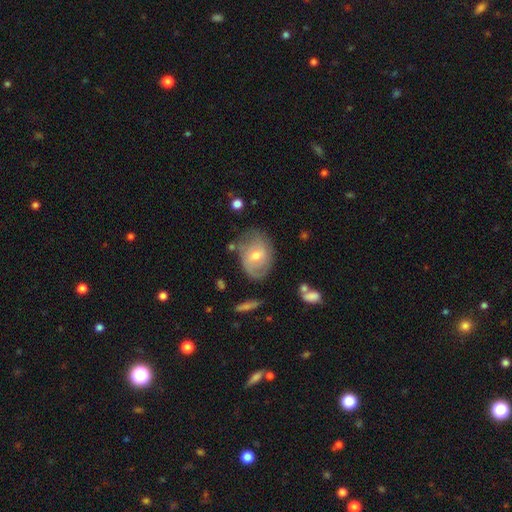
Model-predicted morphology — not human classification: Q: Smooth or featured?
A: featured or disk (57%); runner-up: smooth (35%)
Q: Edge-on disk?
A: no (95%); runner-up: yes (5%)
Q: Bar?
A: weak (47%); runner-up: no (43%)
Q: Spiral arms?
A: yes (74%); runner-up: no (26%)
Q: Bulge size?
A: moderate (62%); runner-up: small (32%)
Q: Merging?
A: none (63%); runner-up: minor disturbance (24%)